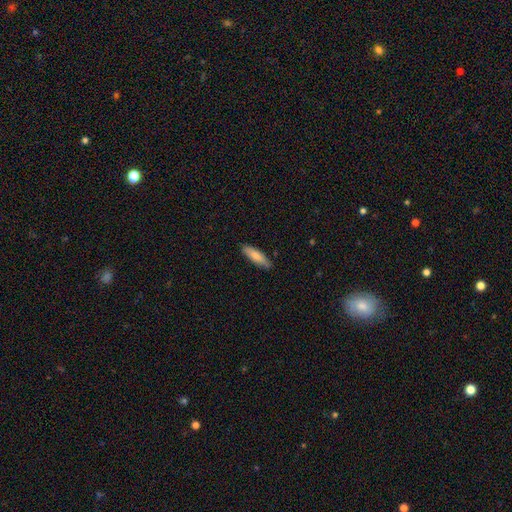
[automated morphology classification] Smooth or featured?
  - smooth: 79% *
  - featured or disk: 16%
  - star or artifact: 6%
How rounded?
  - cigar-shaped: 58% *
  - in between: 41%
  - round: 2%
Merging?
  - none: 85% *
  - minor disturbance: 12%
  - major disturbance: 2%
  - merger: 1%